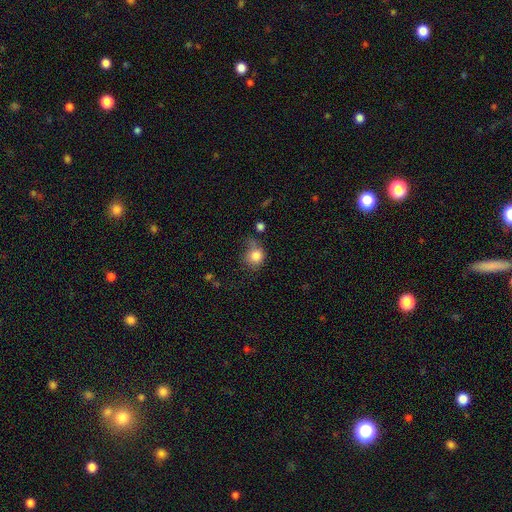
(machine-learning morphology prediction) The model was most divided on "merging": none: 45%, minor disturbance: 31%, major disturbance: 16%, merger: 8%. More confident: smooth or featured — smooth (81%); how rounded — round (78%).